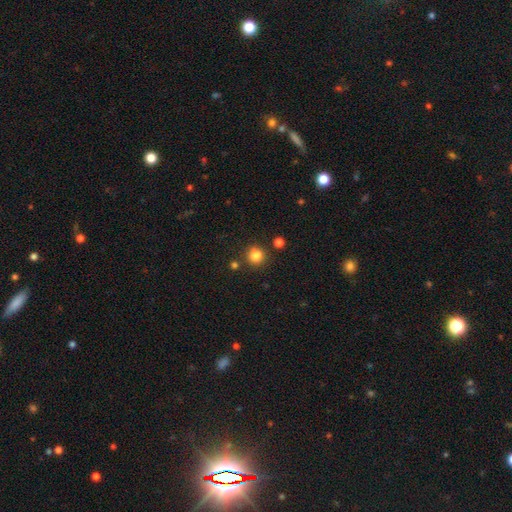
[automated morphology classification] A smooth galaxy with no disk features (84%) that is round (89%).

Vote fractions:
- Smooth or featured? smooth: 84% / star or artifact: 12% / featured or disk: 4%
- How rounded? round: 89% / in between: 10% / cigar-shaped: 1%
- Merging? none: 82% / minor disturbance: 9% / merger: 6% / major disturbance: 3%